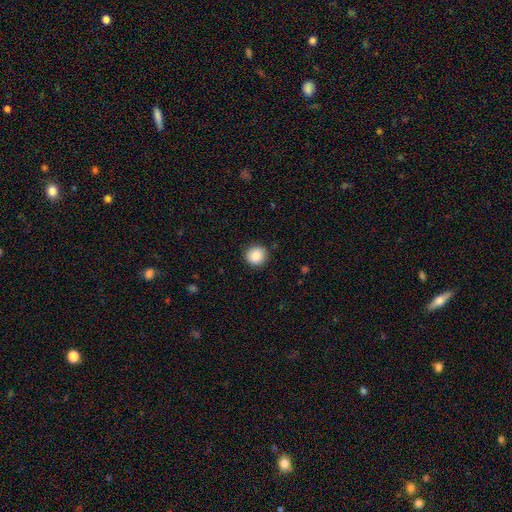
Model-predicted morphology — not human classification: Smooth or featured: smooth — 87% (star or artifact — 9%)
How rounded: round — 92% (in between — 7%)
Merging: none — 90% (minor disturbance — 7%)